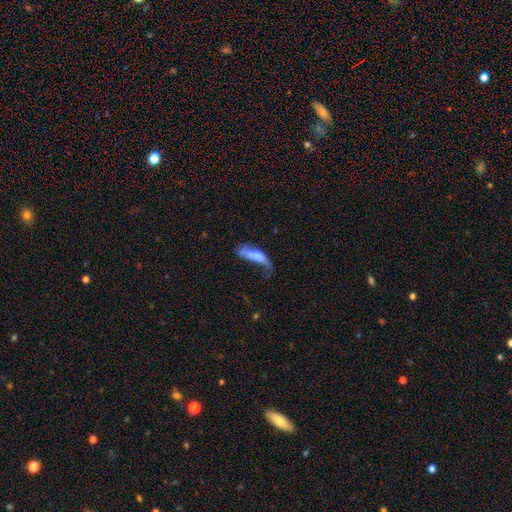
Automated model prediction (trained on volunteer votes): Smooth or featured? smooth (54%)
How rounded? in between (50%)
Merging? major disturbance (43%)